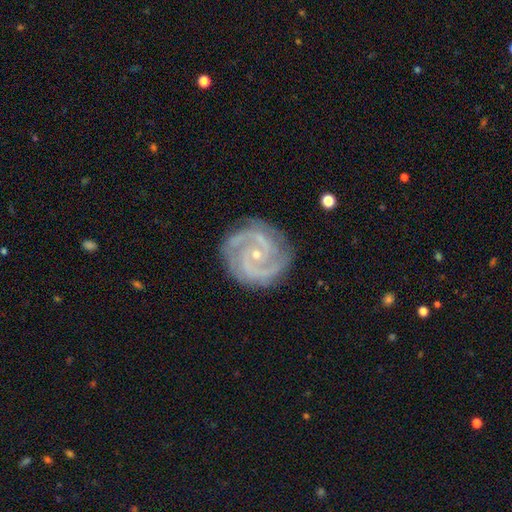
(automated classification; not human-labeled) featured or disk 92%, star or artifact 5%, smooth 4%. Down the decision tree: edge-on disk — no (98%); bar — no (59%); spiral arms — yes (98%); spiral arm count — 2 (68%); spiral winding — tight (57%); bulge size — small (80%); merging — none (81%).